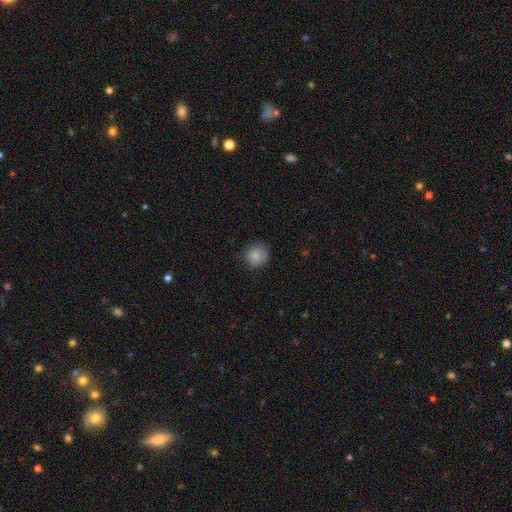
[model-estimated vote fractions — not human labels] smooth_or_featured: smooth (p=0.86) [alt: star or artifact p=0.09]
how_rounded: round (p=0.88) [alt: in between p=0.11]
merging: none (p=0.82) [alt: minor disturbance p=0.14]